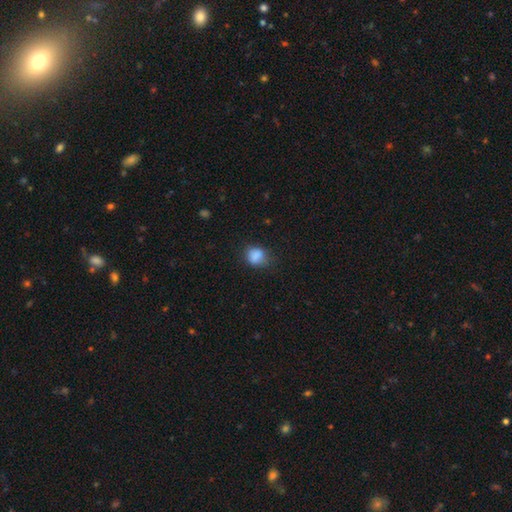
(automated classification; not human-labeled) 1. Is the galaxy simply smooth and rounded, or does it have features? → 84% smooth, 10% star or artifact, 7% featured or disk.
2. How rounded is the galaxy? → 60% round, 39% in between, 1% cigar-shaped.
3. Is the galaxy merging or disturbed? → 64% none, 26% minor disturbance, 8% major disturbance, 2% merger.